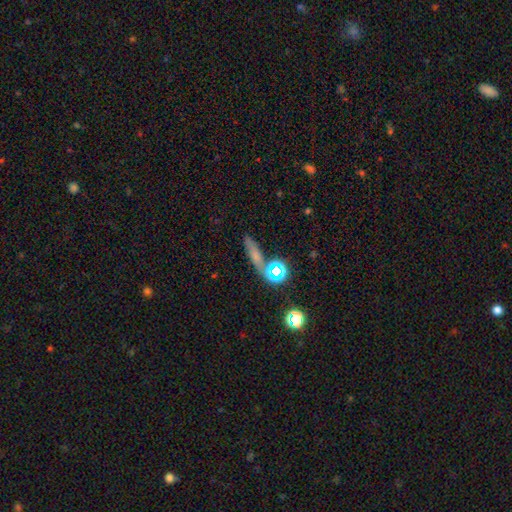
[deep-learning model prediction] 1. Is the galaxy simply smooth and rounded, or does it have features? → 53% smooth, 28% star or artifact, 19% featured or disk.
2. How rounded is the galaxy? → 57% cigar-shaped, 24% in between, 19% round.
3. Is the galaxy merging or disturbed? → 69% none, 13% minor disturbance, 12% merger, 6% major disturbance.